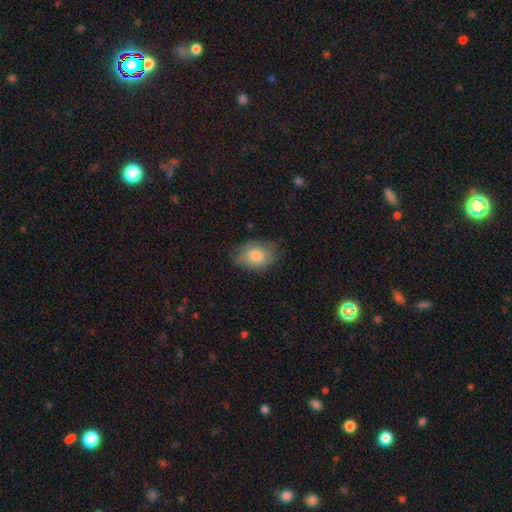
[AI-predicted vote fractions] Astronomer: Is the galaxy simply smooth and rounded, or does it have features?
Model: smooth — 79%.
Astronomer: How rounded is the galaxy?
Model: in between — 74%.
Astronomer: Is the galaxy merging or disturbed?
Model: none — 67%.